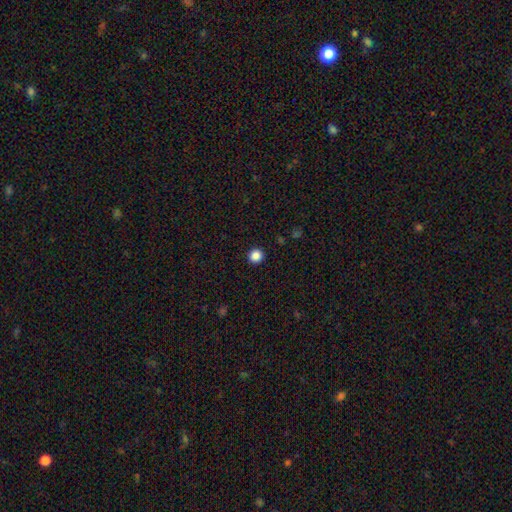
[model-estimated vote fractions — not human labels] This is clearly a smooth galaxy (86%). How rounded: clearly round (93%). Merging: clearly none (93%).